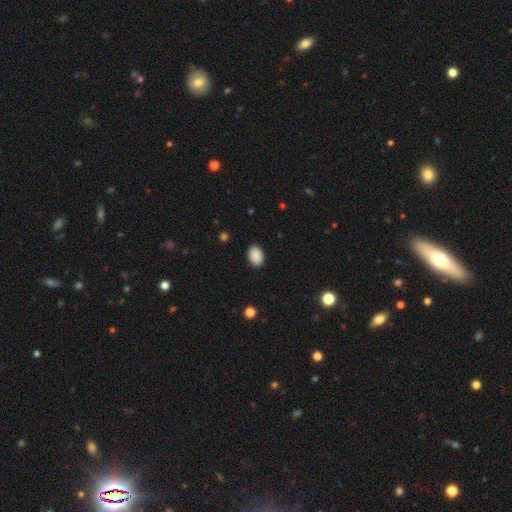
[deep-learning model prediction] A smooth galaxy with no disk features (89%) that is in between round and cigar-shaped (82%).

Vote fractions:
- Smooth or featured? smooth: 89% / star or artifact: 7% / featured or disk: 3%
- How rounded? in between: 82% / round: 17% / cigar-shaped: 1%
- Merging? none: 88% / minor disturbance: 9% / major disturbance: 2% / merger: 1%